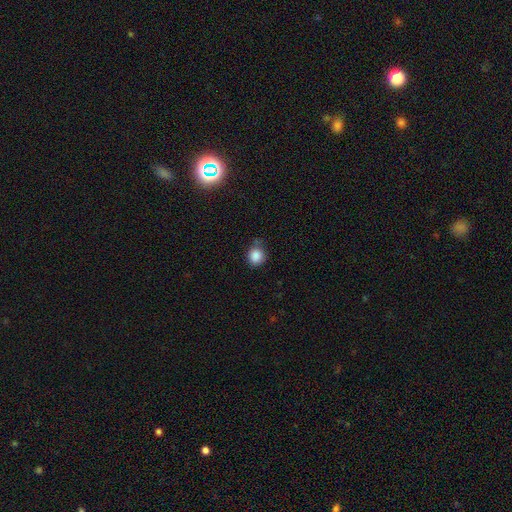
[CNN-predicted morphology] Smooth or featured? Predicted: smooth (p=0.86). How rounded? Predicted: round (p=0.85). Merging? Predicted: none (p=0.66).